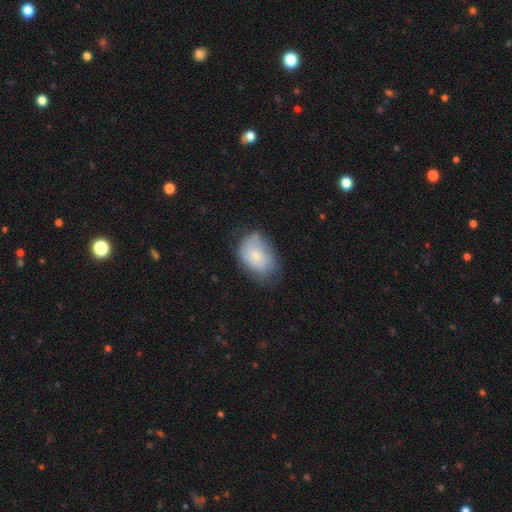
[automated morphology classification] smooth 66%, featured or disk 27%, star or artifact 7%. Down the decision tree: how rounded — in between (81%); merging — none (51%).